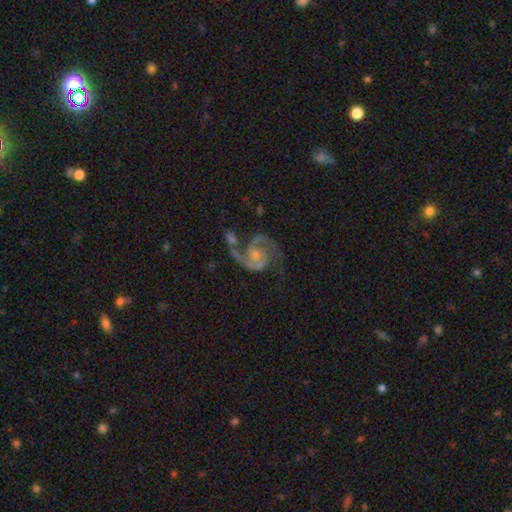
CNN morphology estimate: A featured or disk galaxy (93%) with no bar (63%), 2 (92%) medium (62%) spiral arms (98%) and a small central bulge (58%). Merging: none (61%).